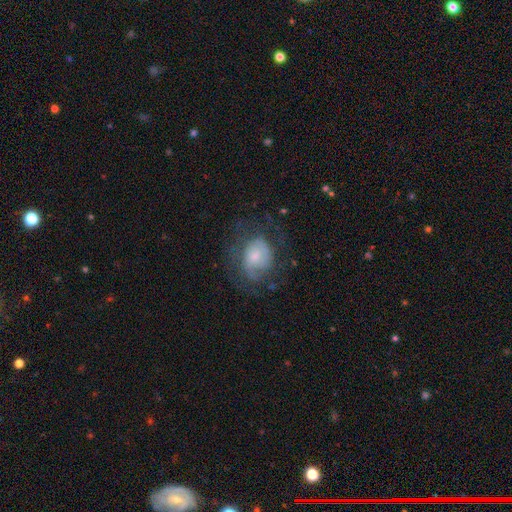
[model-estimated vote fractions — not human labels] Smooth or featured: featured or disk — 59% (smooth — 33%)
Edge-on disk: no — 97% (yes — 3%)
Bar: no — 69% (weak — 27%)
Spiral arms: yes — 76% (no — 24%)
Bulge size: small — 43% (moderate — 40%)
Merging: none — 52% (major disturbance — 24%)